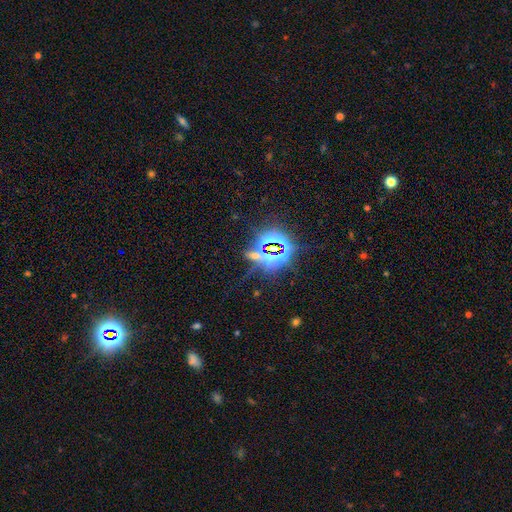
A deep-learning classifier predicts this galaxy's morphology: The model was most divided on "smooth or featured": star or artifact: 76%, smooth: 15%, featured or disk: 9%.